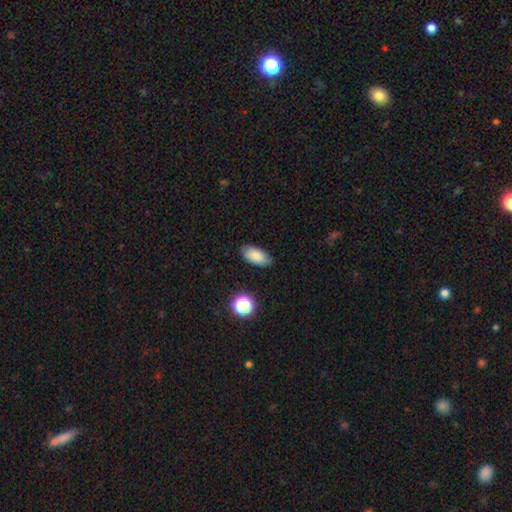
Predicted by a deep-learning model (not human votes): Morphology: type=smooth (83%); roundness=in between (91%); merging=none (82%).